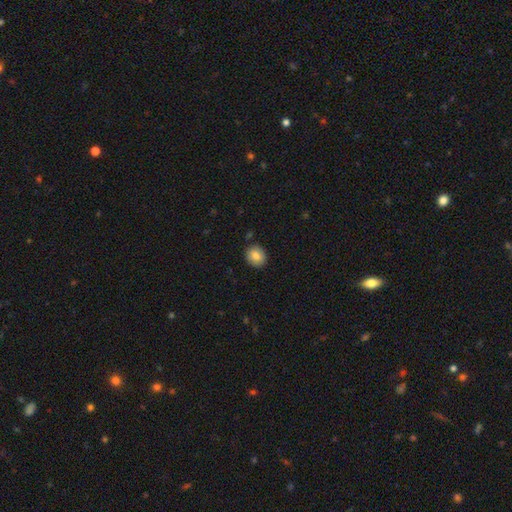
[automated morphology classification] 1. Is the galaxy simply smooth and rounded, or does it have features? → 82% smooth, 9% featured or disk, 9% star or artifact.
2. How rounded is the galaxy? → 77% round, 22% in between, 1% cigar-shaped.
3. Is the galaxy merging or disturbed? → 89% none, 8% minor disturbance, 2% major disturbance, 2% merger.